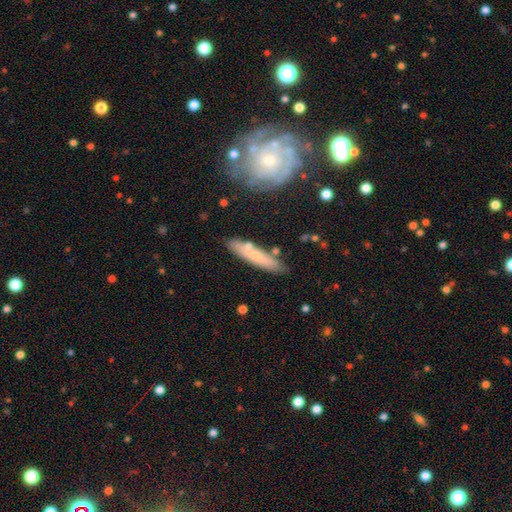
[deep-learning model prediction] This appears to be a smooth galaxy with no disk features (63%) that is cigar-shaped (85%). Merging: none (78%).